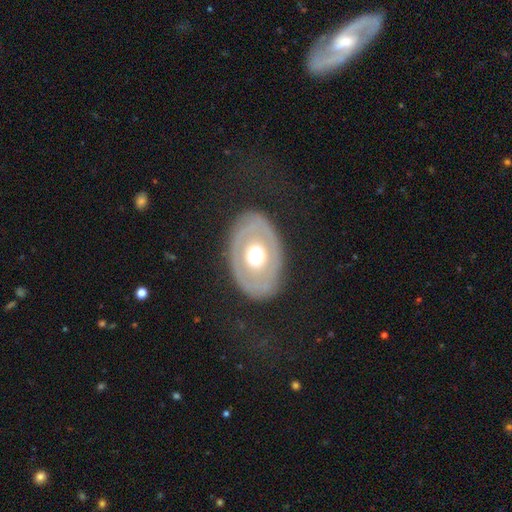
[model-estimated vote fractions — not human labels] A featured or disk galaxy (56%) with no bar (90%), no spiral arms (85%) and a moderate central bulge (56%).

Vote fractions:
- Smooth or featured? featured or disk: 56% / smooth: 38% / star or artifact: 6%
- Edge-on disk? no: 91% / yes: 9%
- Bar? no: 90% / weak: 7% / strong: 3%
- Spiral arms? no: 85% / yes: 15%
- Bulge size? moderate: 56% / large: 37% / dominant: 4% / small: 3% / none: 1%
- Merging? none: 80% / minor disturbance: 12% / major disturbance: 6% / merger: 1%